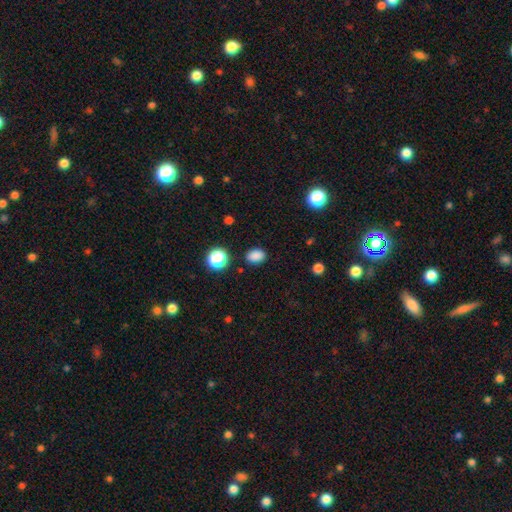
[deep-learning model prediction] A smooth galaxy with no disk features (84%) that is in between round and cigar-shaped (74%). Merging: none (86%).